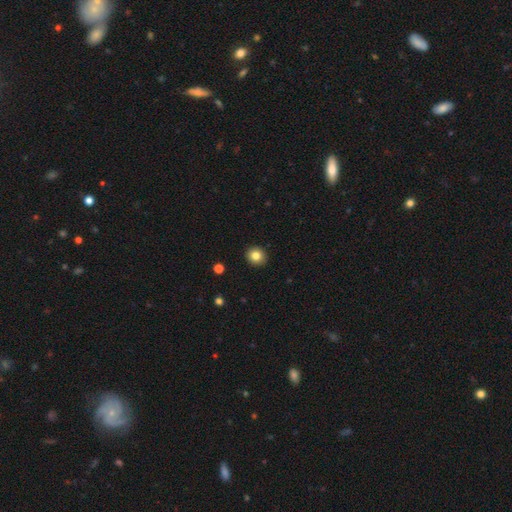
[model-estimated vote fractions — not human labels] This is clearly a smooth galaxy (83%). How rounded: clearly round (80%). Merging: clearly none (92%).